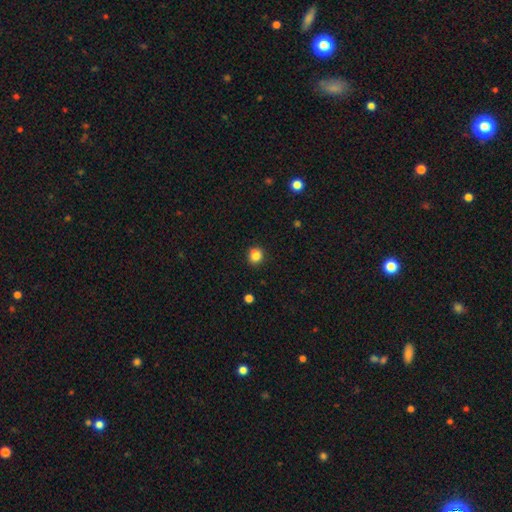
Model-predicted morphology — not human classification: The model was most divided on "how rounded": round: 83%, in between: 16%, cigar-shaped: 1%. More confident: merging — none (84%); smooth or featured — smooth (84%).